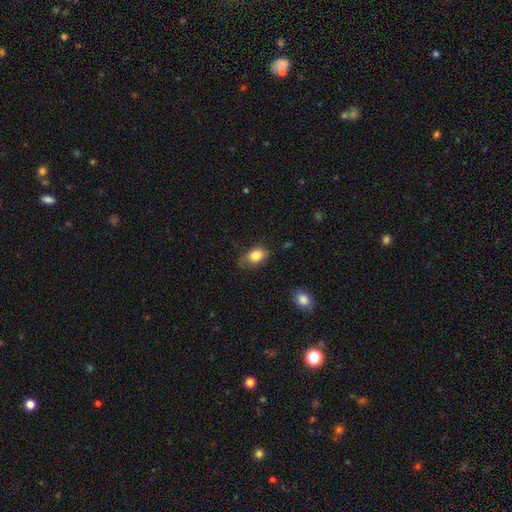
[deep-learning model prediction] smooth 83%, featured or disk 9%, star or artifact 8%. Down the decision tree: how rounded — in between (83%); merging — none (64%).